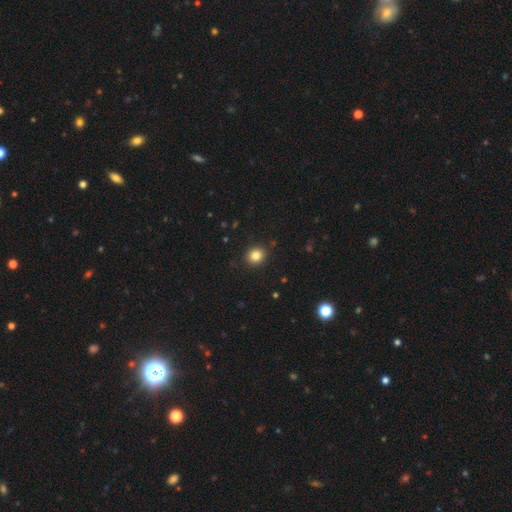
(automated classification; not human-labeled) smooth 83%, star or artifact 11%, featured or disk 6%. Down the decision tree: how rounded — round (76%); merging — none (90%).